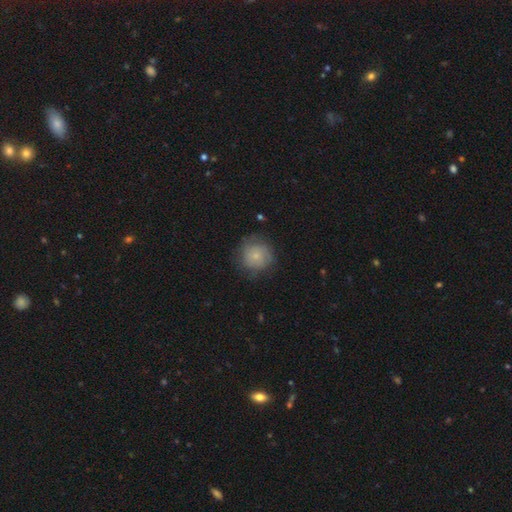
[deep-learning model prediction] Smooth or featured?
  - smooth: 70% *
  - featured or disk: 21%
  - star or artifact: 8%
How rounded?
  - round: 92% *
  - in between: 7%
  - cigar-shaped: 1%
Merging?
  - none: 71% *
  - minor disturbance: 20%
  - major disturbance: 8%
  - merger: 1%